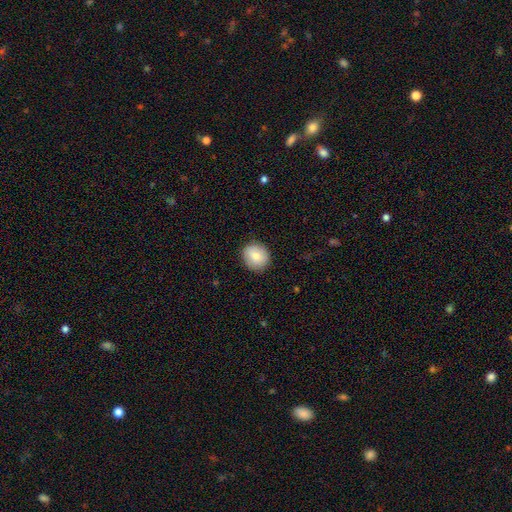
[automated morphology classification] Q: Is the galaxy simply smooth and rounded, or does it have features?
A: smooth — 81%.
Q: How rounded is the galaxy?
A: round — 82%.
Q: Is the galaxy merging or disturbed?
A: none — 88%.